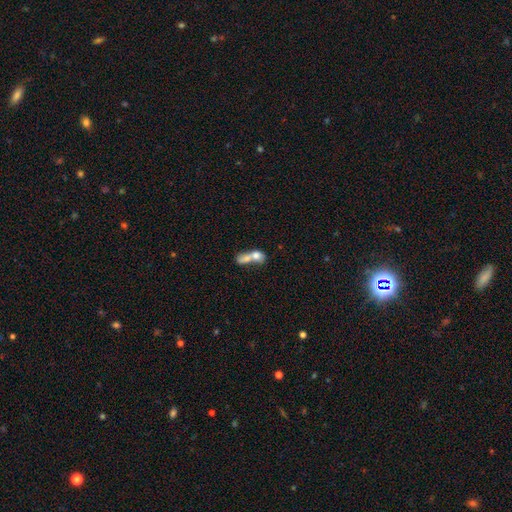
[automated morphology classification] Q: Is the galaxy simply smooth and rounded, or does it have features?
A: smooth — 68%.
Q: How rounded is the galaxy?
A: in between — 59%.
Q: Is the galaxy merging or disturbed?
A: merger — 77%.